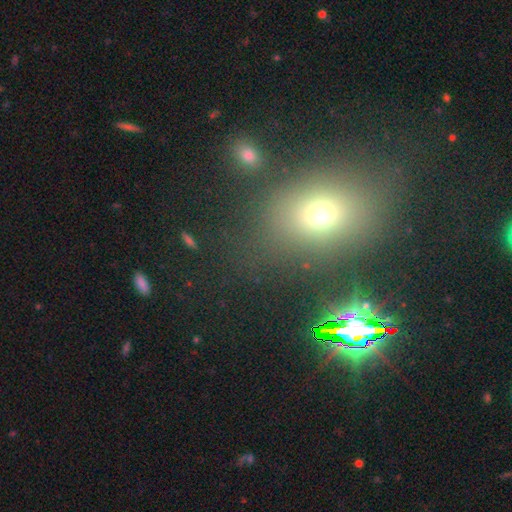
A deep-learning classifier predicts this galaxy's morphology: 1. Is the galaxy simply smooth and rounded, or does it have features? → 54% smooth, 33% star or artifact, 13% featured or disk.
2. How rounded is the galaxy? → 61% in between, 36% round, 3% cigar-shaped.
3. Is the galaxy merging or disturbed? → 78% none, 11% minor disturbance, 6% major disturbance, 5% merger.